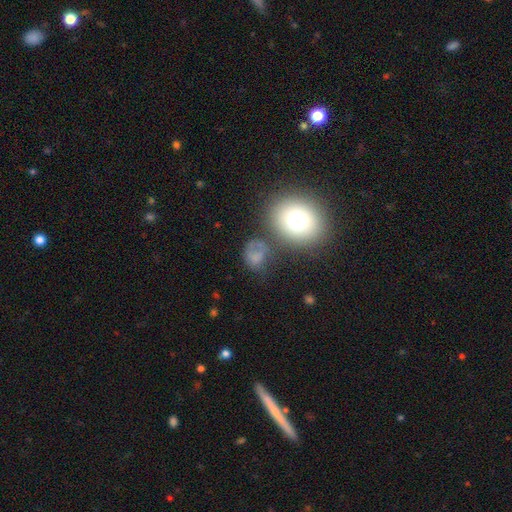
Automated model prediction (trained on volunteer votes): Overall: smooth (64%). How rounded: round (63%; in between 35%). Merging: none (44%; minor disturbance 22%).